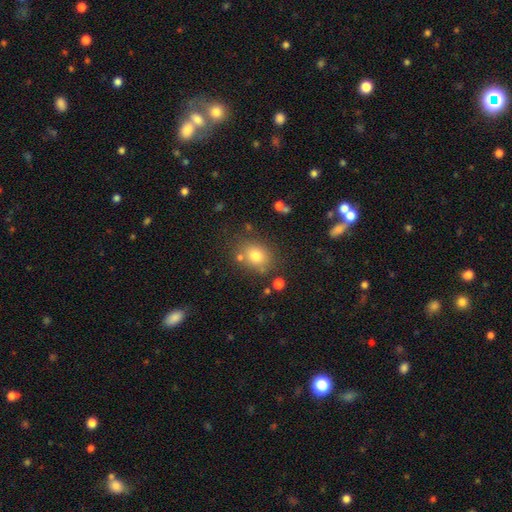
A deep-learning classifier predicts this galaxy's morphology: smooth 76%, star or artifact 13%, featured or disk 10%. Down the decision tree: how rounded — round (55%); merging — none (75%).